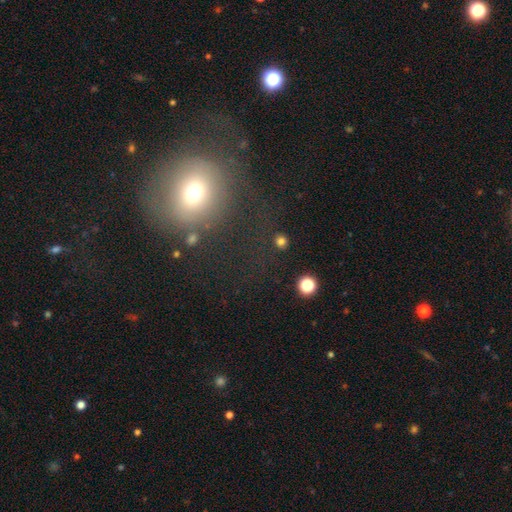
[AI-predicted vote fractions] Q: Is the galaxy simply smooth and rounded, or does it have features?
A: smooth — 56%.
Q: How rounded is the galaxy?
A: round — 78%.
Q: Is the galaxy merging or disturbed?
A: none — 59%.